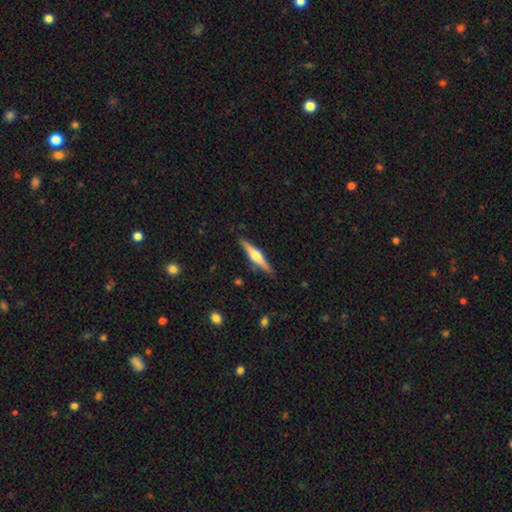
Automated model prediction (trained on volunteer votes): Smooth or featured? featured or disk (66%)
Edge-on disk? yes (97%)
Edge-on bulge? rounded (86%)
Merging? none (88%)